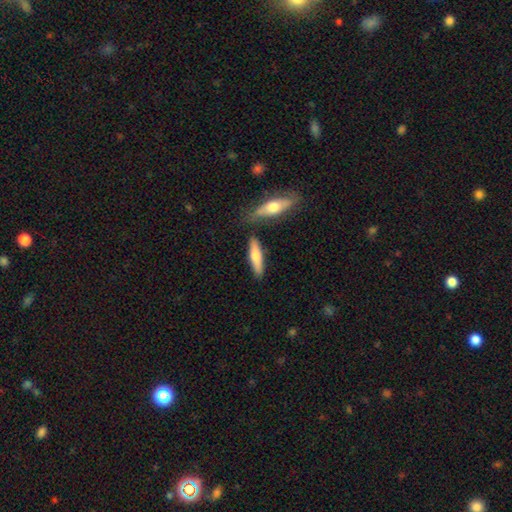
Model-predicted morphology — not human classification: Q: Smooth or featured?
A: smooth (61%); runner-up: featured or disk (34%)
Q: How rounded?
A: cigar-shaped (74%); runner-up: in between (24%)
Q: Merging?
A: none (75%); runner-up: minor disturbance (11%)